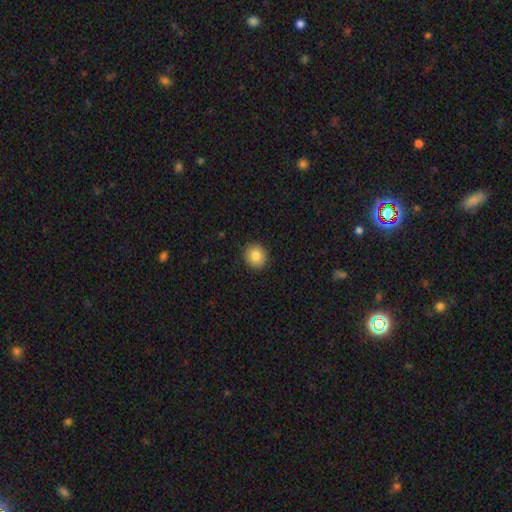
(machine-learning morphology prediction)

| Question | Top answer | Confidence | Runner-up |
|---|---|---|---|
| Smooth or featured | smooth | 85% | star or artifact (9%) |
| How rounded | round | 86% | in between (13%) |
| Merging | none | 91% | minor disturbance (6%) |